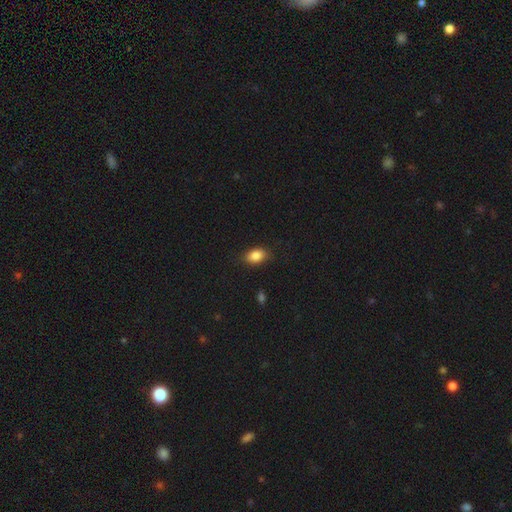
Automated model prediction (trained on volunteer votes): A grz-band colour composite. It shows a smooth galaxy with no disk features (85%) that is in between round and cigar-shaped (83%). Merging: none (84%).